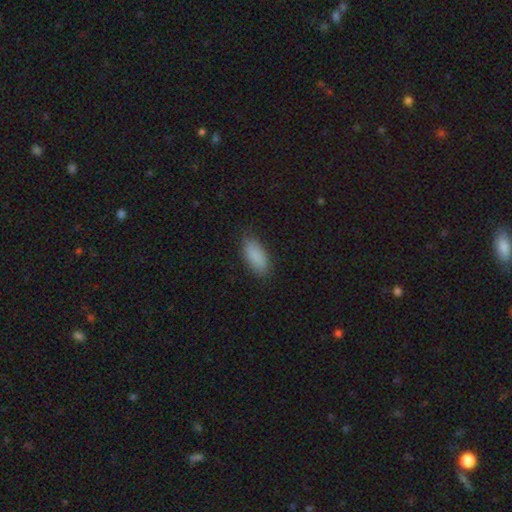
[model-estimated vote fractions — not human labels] Smooth or featured?
  - smooth: 89% *
  - star or artifact: 7%
  - featured or disk: 4%
How rounded?
  - in between: 84% *
  - cigar-shaped: 14%
  - round: 2%
Merging?
  - none: 83% *
  - minor disturbance: 13%
  - major disturbance: 3%
  - merger: 1%